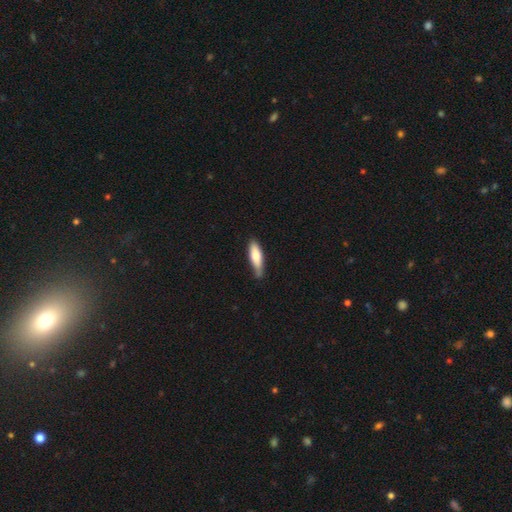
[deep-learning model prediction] This is likely a smooth galaxy (72%). How rounded: likely cigar-shaped (64%). Merging: likely none (66%).